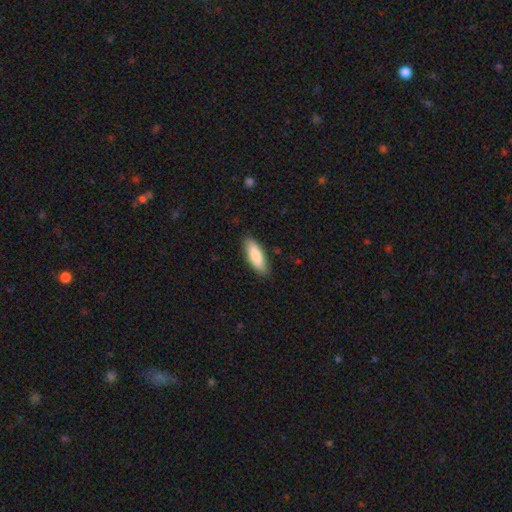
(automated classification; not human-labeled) Smooth or featured?
  - smooth: 84% *
  - featured or disk: 10%
  - star or artifact: 5%
How rounded?
  - in between: 62% *
  - cigar-shaped: 36%
  - round: 2%
Merging?
  - none: 86% *
  - minor disturbance: 11%
  - major disturbance: 2%
  - merger: 1%